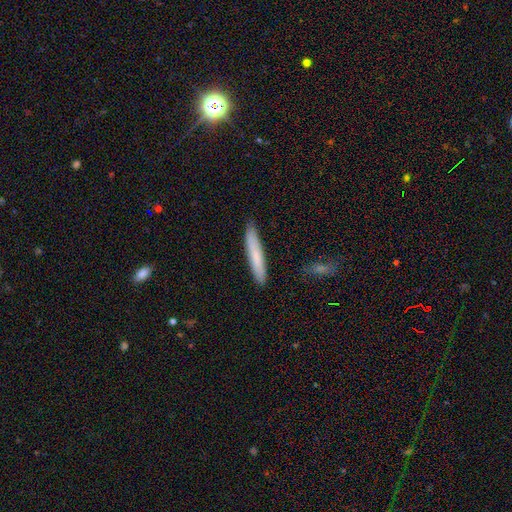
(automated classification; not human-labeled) This is likely a smooth galaxy (75%). How rounded: clearly cigar-shaped (94%). Merging: clearly none (89%).